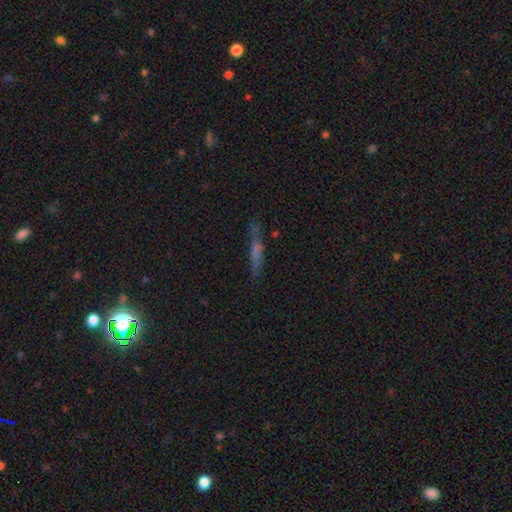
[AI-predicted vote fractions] Smooth or featured: smooth — 43% (featured or disk — 39%)
Merging: none — 75% (minor disturbance — 16%)